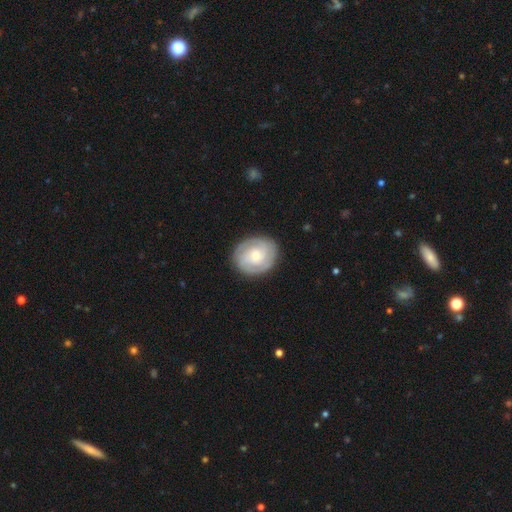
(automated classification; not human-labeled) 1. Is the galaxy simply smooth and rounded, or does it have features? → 73% featured or disk, 21% smooth, 5% star or artifact.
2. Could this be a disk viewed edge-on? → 98% no, 2% yes.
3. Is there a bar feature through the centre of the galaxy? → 73% no, 22% weak, 5% strong.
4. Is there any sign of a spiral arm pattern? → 89% yes, 11% no.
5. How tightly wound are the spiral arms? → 72% tight, 22% medium, 6% loose.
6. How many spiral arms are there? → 37% 2, 28% can't tell, 21% 3, 5% 4, 5% 1, 4% more than 4.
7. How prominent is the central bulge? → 55% small, 41% moderate, 2% large, 1% none, 1% dominant.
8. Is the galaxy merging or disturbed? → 85% none, 10% minor disturbance, 3% major disturbance, 1% merger.